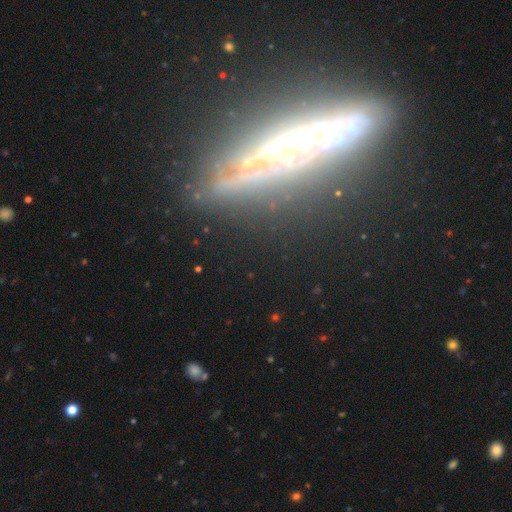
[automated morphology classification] type=featured or disk (76%); edge-on=yes (76%); edge-on bulge=none (51%); merging=none (79%).